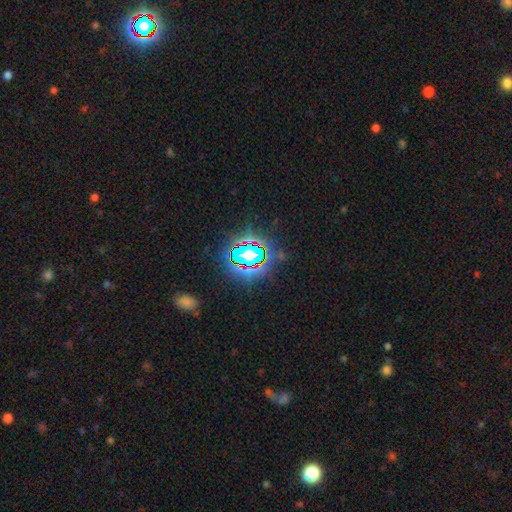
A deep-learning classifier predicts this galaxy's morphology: type=star or artifact (79%).